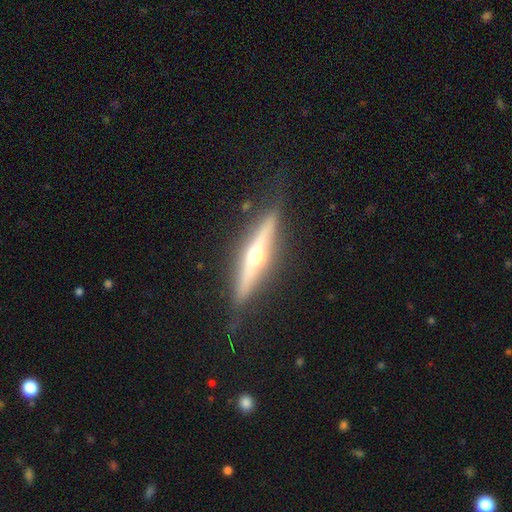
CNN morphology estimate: smooth-or-featured: featured or disk: 72% | smooth: 22% | star or artifact: 6%
  disk-edge-on: yes: 95% | no: 5%
    edge-on-bulge: rounded: 93% | none: 4% | boxy: 3%
  merging: none: 84% | minor disturbance: 11% | major disturbance: 4% | merger: 1%